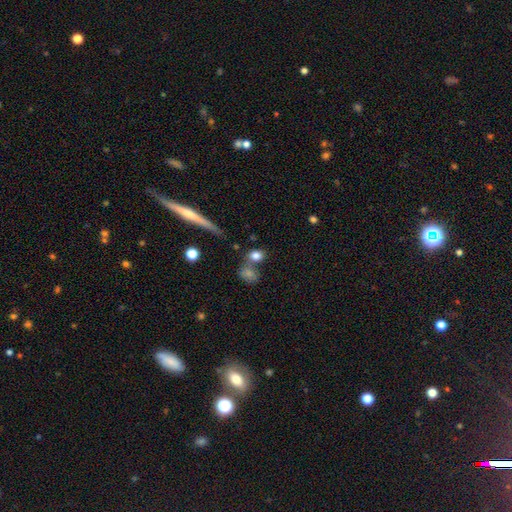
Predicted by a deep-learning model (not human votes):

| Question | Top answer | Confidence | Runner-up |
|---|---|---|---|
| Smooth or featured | smooth | 80% | star or artifact (10%) |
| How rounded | in between | 51% | round (45%) |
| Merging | none | 56% | merger (27%) |